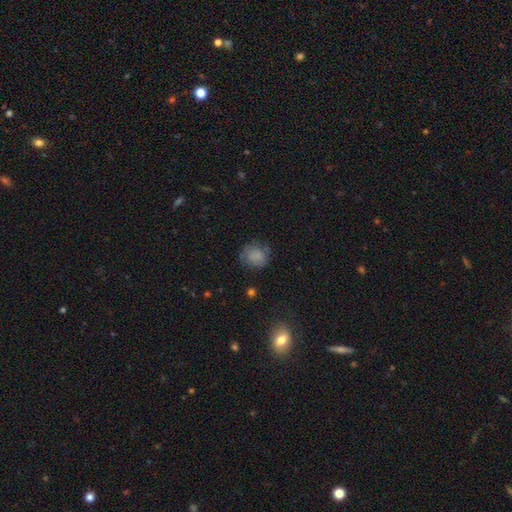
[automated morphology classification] smooth-or-featured: smooth: 75% | featured or disk: 14% | star or artifact: 12%
  how-rounded: round: 74% | in between: 25% | cigar-shaped: 1%
  merging: none: 62% | minor disturbance: 24% | major disturbance: 11% | merger: 2%